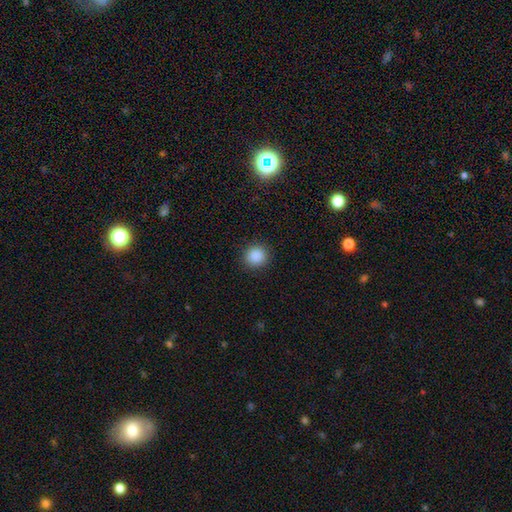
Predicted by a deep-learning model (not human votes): This appears to be a smooth galaxy with no disk features (88%) that is round (92%). Merging: none (91%).